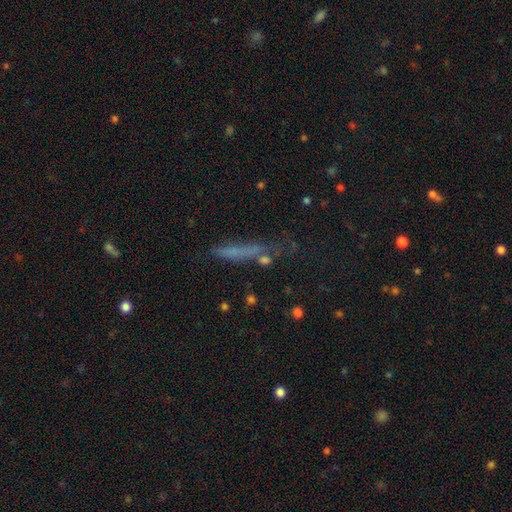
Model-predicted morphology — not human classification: The model was most divided on "smooth or featured": smooth: 54%, featured or disk: 24%, star or artifact: 22%. More confident: how rounded — cigar-shaped (84%); merging — none (56%).